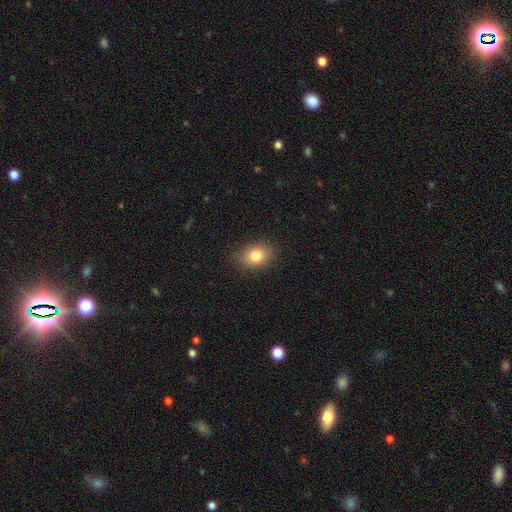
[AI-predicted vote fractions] Q: Smooth or featured?
A: smooth (80%); runner-up: featured or disk (10%)
Q: How rounded?
A: in between (67%); runner-up: round (32%)
Q: Merging?
A: none (82%); runner-up: minor disturbance (14%)